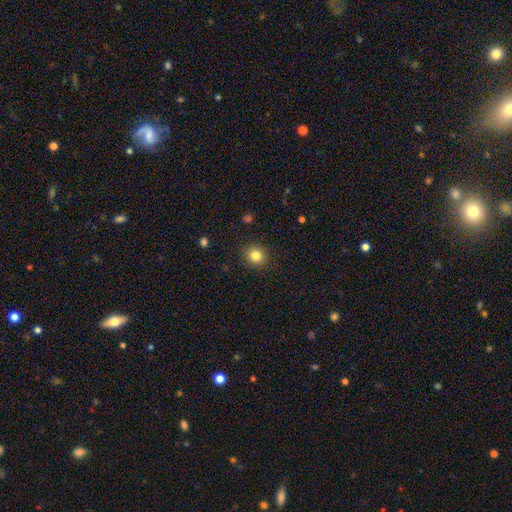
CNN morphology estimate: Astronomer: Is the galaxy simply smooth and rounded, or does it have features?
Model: smooth — 83%.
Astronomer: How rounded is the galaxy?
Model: round — 90%.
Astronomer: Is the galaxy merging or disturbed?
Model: none — 90%.